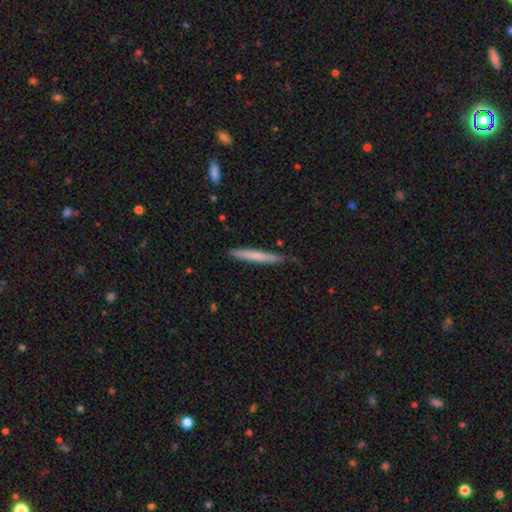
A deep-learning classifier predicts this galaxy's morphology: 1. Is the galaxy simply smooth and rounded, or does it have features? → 66% smooth, 28% featured or disk, 6% star or artifact.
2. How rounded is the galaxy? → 96% cigar-shaped, 3% in between, 1% round.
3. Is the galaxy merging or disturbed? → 79% none, 17% minor disturbance, 2% major disturbance, 2% merger.